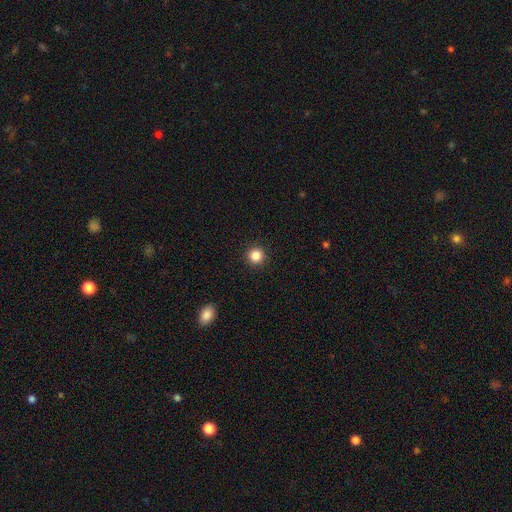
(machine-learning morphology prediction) type=smooth (85%); roundness=round (95%); merging=none (93%).